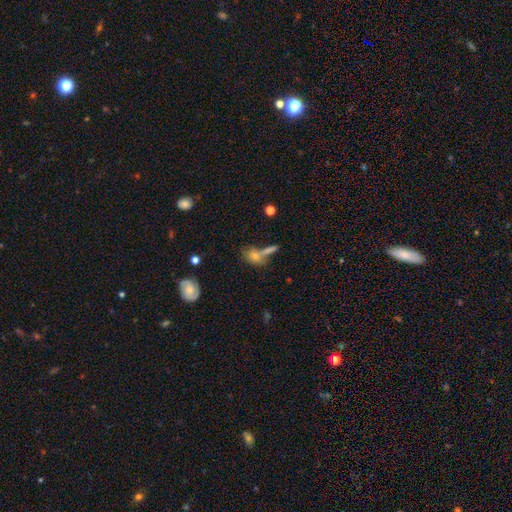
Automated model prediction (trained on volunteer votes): A smooth galaxy with no disk features (70%) that is in between round and cigar-shaped (57%). Merging: none (45%).